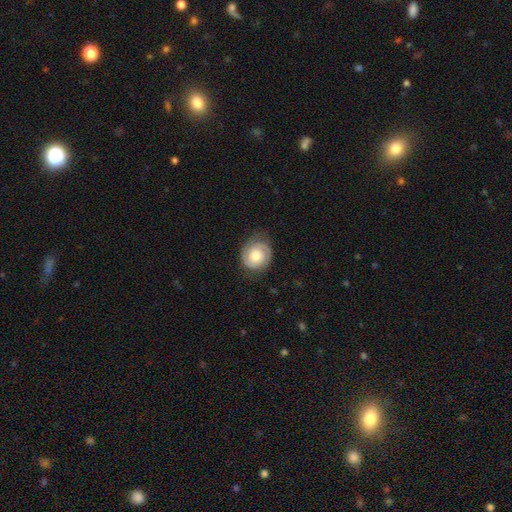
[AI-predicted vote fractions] Q: Smooth or featured?
A: featured or disk (65%); runner-up: smooth (29%)
Q: Edge-on disk?
A: no (98%); runner-up: yes (2%)
Q: Bar?
A: no (71%); runner-up: weak (24%)
Q: Spiral arms?
A: yes (90%); runner-up: no (10%)
Q: Spiral winding?
A: tight (59%); runner-up: medium (32%)
Q: Spiral arm count?
A: 2 (80%); runner-up: can't tell (10%)
Q: Bulge size?
A: moderate (59%); runner-up: large (21%)
Q: Merging?
A: none (73%); runner-up: minor disturbance (19%)